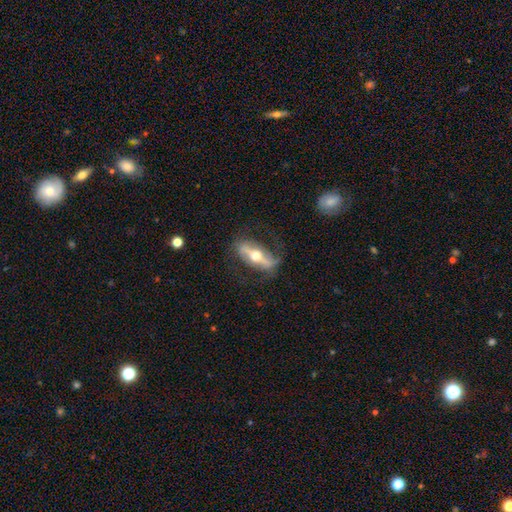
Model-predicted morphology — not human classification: A featured or disk galaxy (72%).

Vote fractions:
- Smooth or featured? featured or disk: 72% / smooth: 22% / star or artifact: 6%
- Edge-on disk? no: 58% / yes: 42%
- Merging? none: 70% / minor disturbance: 17% / major disturbance: 11% / merger: 2%